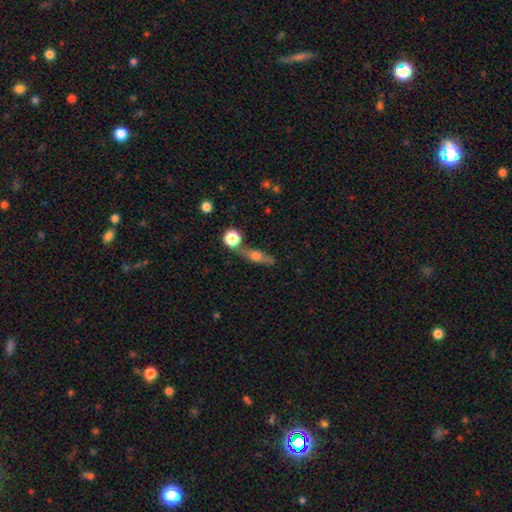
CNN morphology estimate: smooth-or-featured: smooth: 46% | featured or disk: 42% | star or artifact: 11%
  merging: none: 65% | merger: 16% | minor disturbance: 14% | major disturbance: 6%